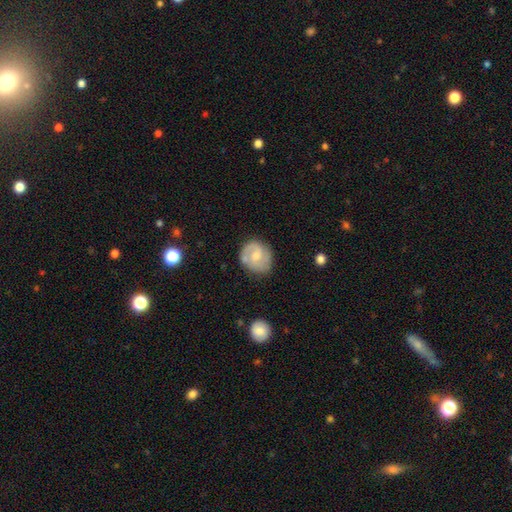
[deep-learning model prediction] Q: Smooth or featured?
A: featured or disk (64%); runner-up: smooth (30%)
Q: Edge-on disk?
A: no (98%); runner-up: yes (2%)
Q: Bar?
A: no (48%); runner-up: weak (45%)
Q: Spiral arms?
A: yes (88%); runner-up: no (12%)
Q: Spiral winding?
A: medium (46%); runner-up: tight (37%)
Q: Spiral arm count?
A: 2 (76%); runner-up: can't tell (12%)
Q: Bulge size?
A: moderate (48%); runner-up: small (44%)
Q: Merging?
A: none (72%); runner-up: minor disturbance (19%)